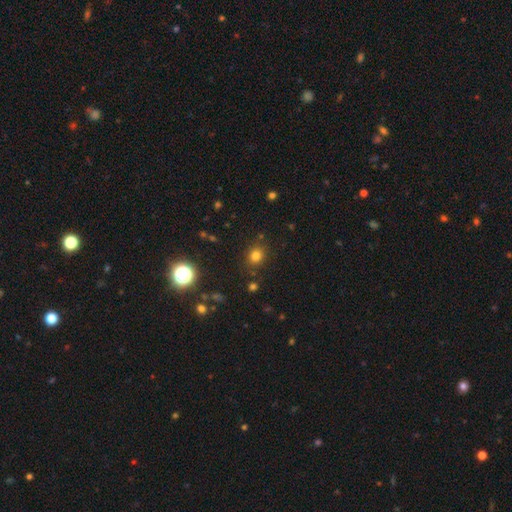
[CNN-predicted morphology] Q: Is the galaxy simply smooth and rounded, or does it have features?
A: smooth — 76%.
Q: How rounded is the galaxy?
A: round — 69%.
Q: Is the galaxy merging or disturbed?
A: none — 84%.